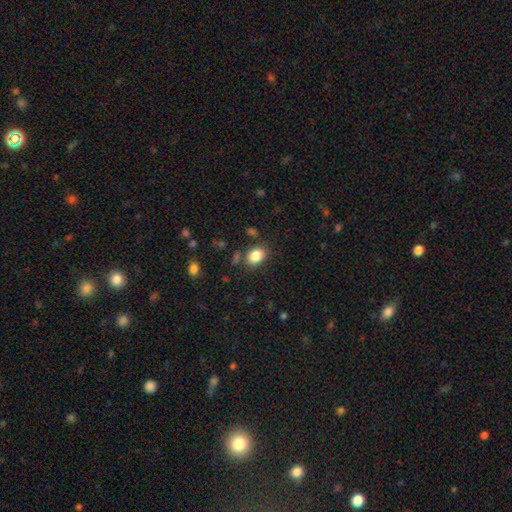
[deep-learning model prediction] Smooth or featured?
  - smooth: 85% *
  - star or artifact: 9%
  - featured or disk: 6%
How rounded?
  - in between: 69% *
  - round: 30%
  - cigar-shaped: 1%
Merging?
  - none: 79% *
  - minor disturbance: 13%
  - merger: 4%
  - major disturbance: 4%